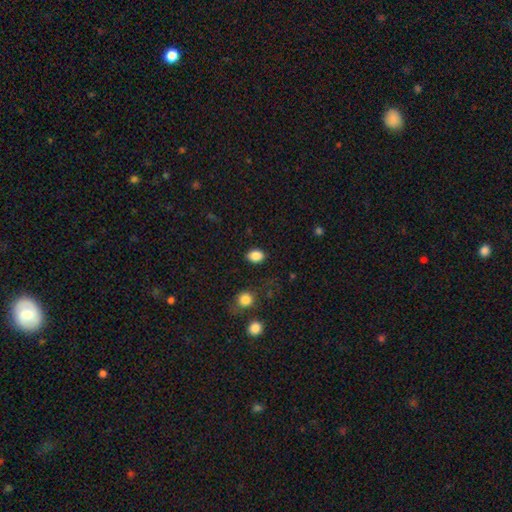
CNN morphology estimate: Overall: smooth (86%). How rounded: in between (71%). Merging: none (86%).